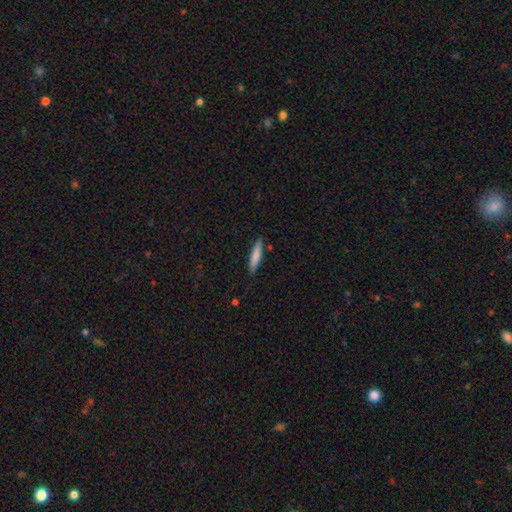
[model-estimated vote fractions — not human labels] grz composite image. It shows a smooth galaxy with no disk features (80%) that is cigar-shaped (85%). Merging: none (85%).